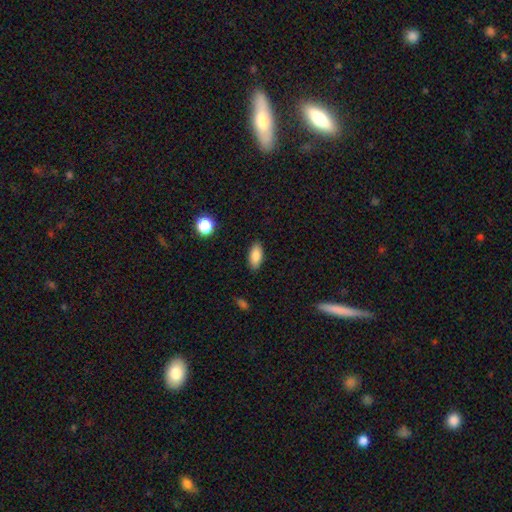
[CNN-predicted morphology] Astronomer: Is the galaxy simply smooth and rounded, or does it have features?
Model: smooth — 86%.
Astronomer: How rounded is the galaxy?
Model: in between — 89%.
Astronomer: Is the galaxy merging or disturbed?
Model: none — 88%.